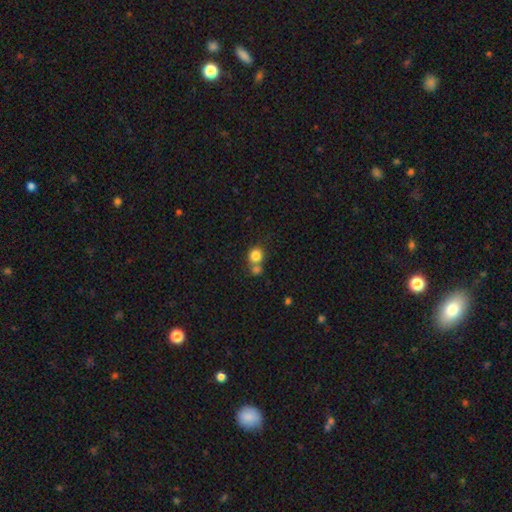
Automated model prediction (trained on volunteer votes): Q: Smooth or featured?
A: smooth (82%); runner-up: star or artifact (10%)
Q: How rounded?
A: round (85%); runner-up: in between (14%)
Q: Merging?
A: none (44%); runner-up: merger (43%)